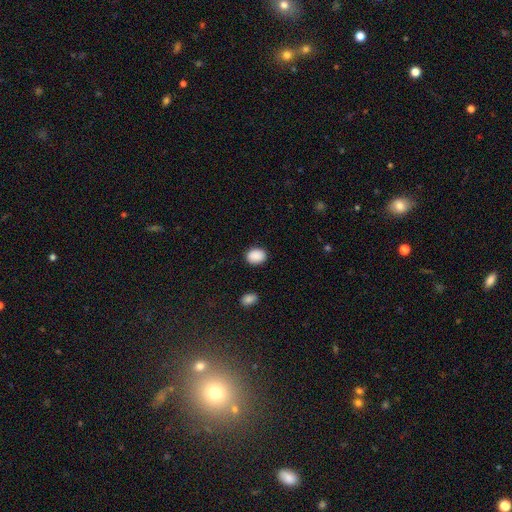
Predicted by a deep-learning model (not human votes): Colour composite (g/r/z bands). It shows a smooth galaxy with no disk features (90%) that is in between round and cigar-shaped (61%). Merging: none (88%).